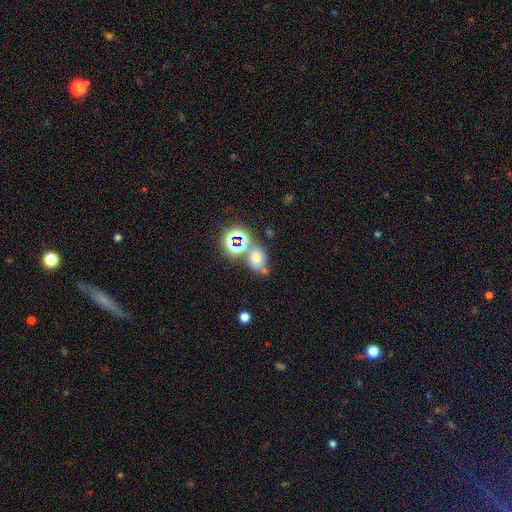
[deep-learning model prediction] Smooth or featured: smooth — 56% (star or artifact — 31%)
How rounded: in between — 64% (round — 35%)
Merging: none — 51% (merger — 26%)